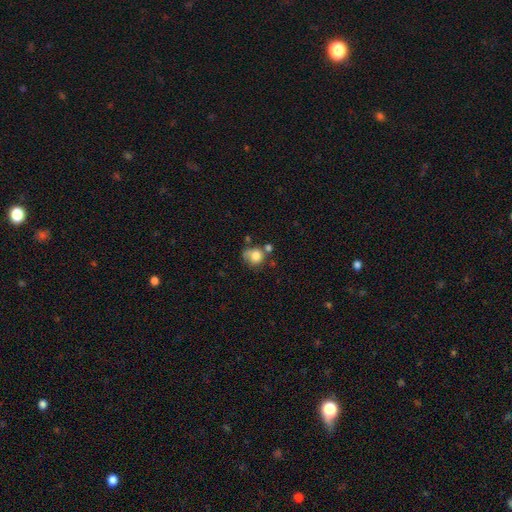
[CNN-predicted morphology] This is likely a smooth galaxy (78%). How rounded: likely round (74%). Merging: marginally none (45%).